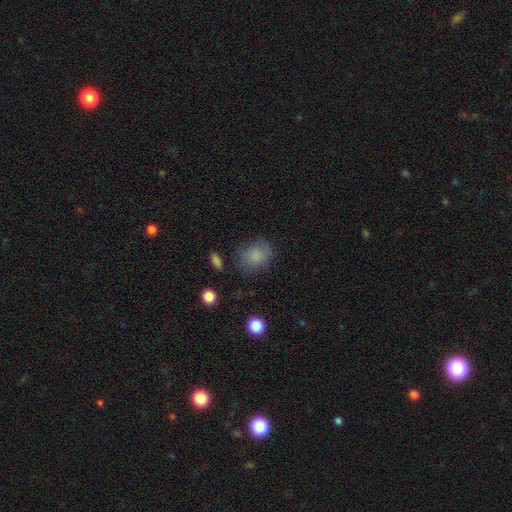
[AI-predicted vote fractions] smooth-or-featured: smooth: 82% | star or artifact: 10% | featured or disk: 8%
  how-rounded: round: 55% | in between: 44% | cigar-shaped: 1%
  merging: none: 69% | minor disturbance: 20% | major disturbance: 8% | merger: 2%